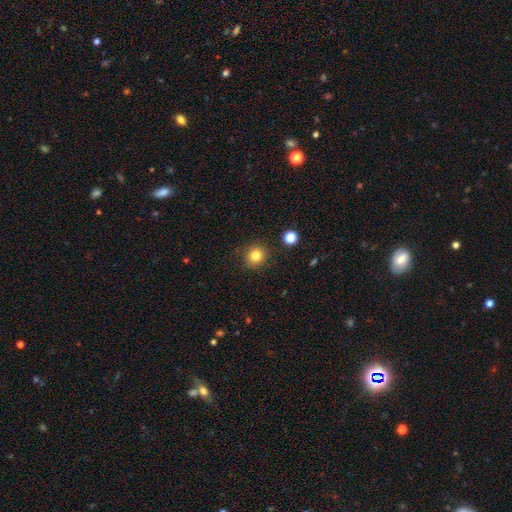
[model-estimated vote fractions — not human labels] Q: Smooth or featured?
A: smooth (81%); runner-up: star or artifact (12%)
Q: How rounded?
A: round (89%); runner-up: in between (10%)
Q: Merging?
A: none (88%); runner-up: minor disturbance (8%)